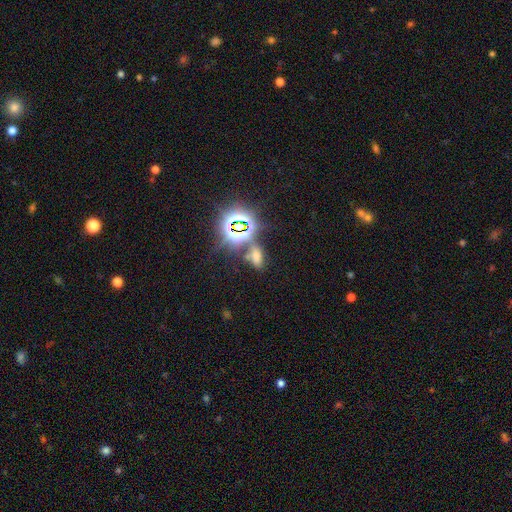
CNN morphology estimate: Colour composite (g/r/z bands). It shows a smooth galaxy with no disk features (46%). Merging: none (58%).